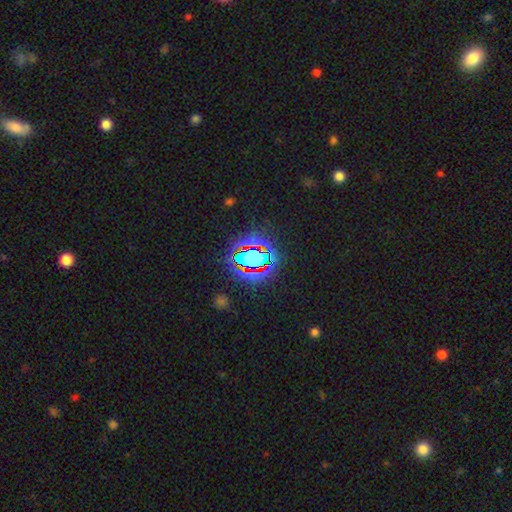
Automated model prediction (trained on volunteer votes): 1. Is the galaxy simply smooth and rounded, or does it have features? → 67% star or artifact, 21% smooth, 13% featured or disk.